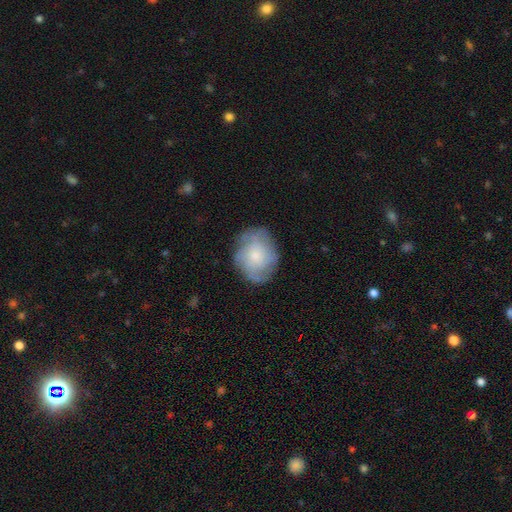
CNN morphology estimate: Smooth or featured?
  - featured or disk: 46% * (tied)
  - smooth: 46% * (tied)
  - star or artifact: 8%
Merging?
  - none: 72% *
  - minor disturbance: 20%
  - major disturbance: 7%
  - merger: 1%